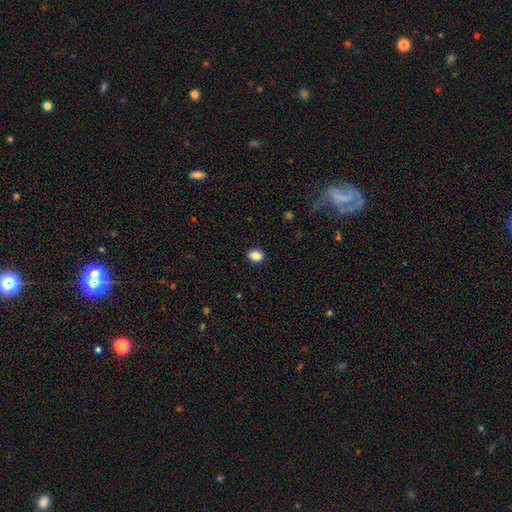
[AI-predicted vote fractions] Smooth or featured?
  - smooth: 88% *
  - star or artifact: 9%
  - featured or disk: 3%
How rounded?
  - in between: 53% *
  - round: 46%
  - cigar-shaped: 1%
Merging?
  - none: 90% *
  - minor disturbance: 7%
  - major disturbance: 2%
  - merger: 1%